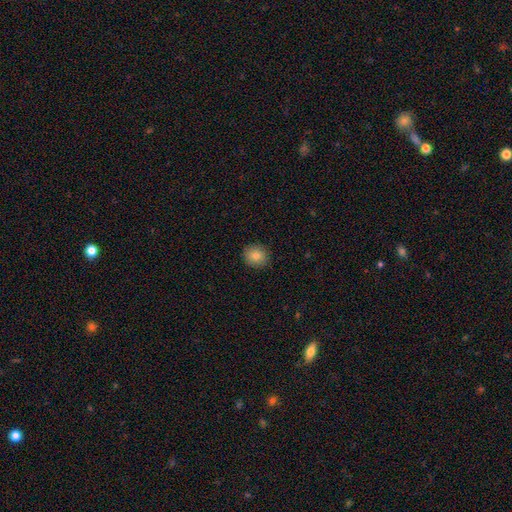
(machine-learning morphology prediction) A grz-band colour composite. It shows a smooth galaxy with no disk features (83%) that is round (79%). Merging: none (90%).